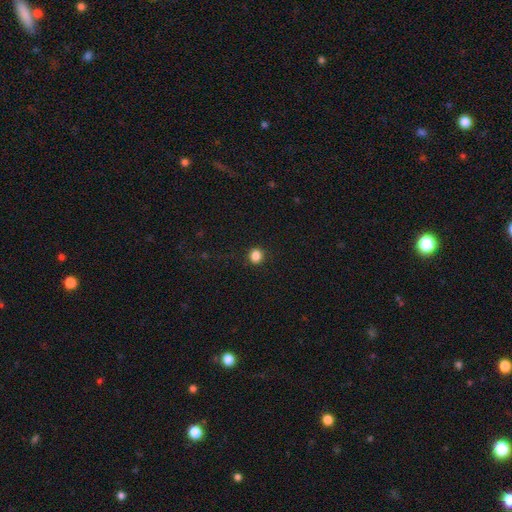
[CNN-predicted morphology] Overall: smooth (85%). How rounded: round (87%). Merging: none (91%).